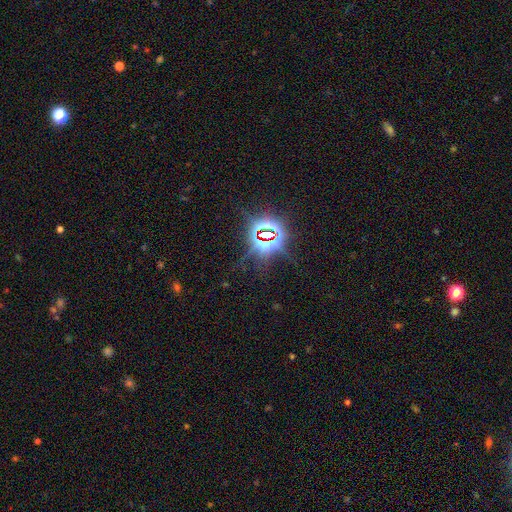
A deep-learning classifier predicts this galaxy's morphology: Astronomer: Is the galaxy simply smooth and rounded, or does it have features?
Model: star or artifact — 83%.